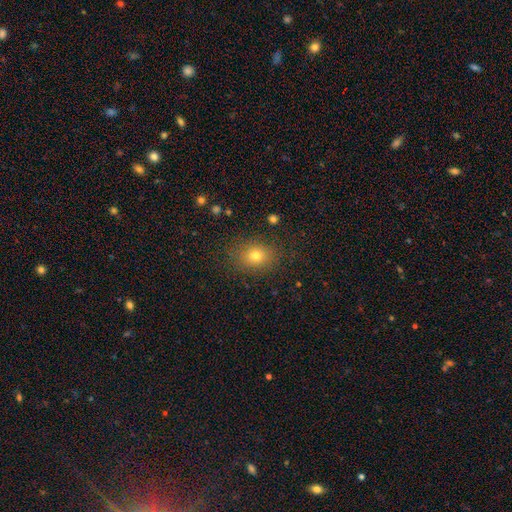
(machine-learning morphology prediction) Smooth or featured?
  - smooth: 76% *
  - star or artifact: 15%
  - featured or disk: 10%
How rounded?
  - round: 50% *
  - in between: 49%
  - cigar-shaped: 1%
Merging?
  - none: 85% *
  - minor disturbance: 10%
  - major disturbance: 4%
  - merger: 1%